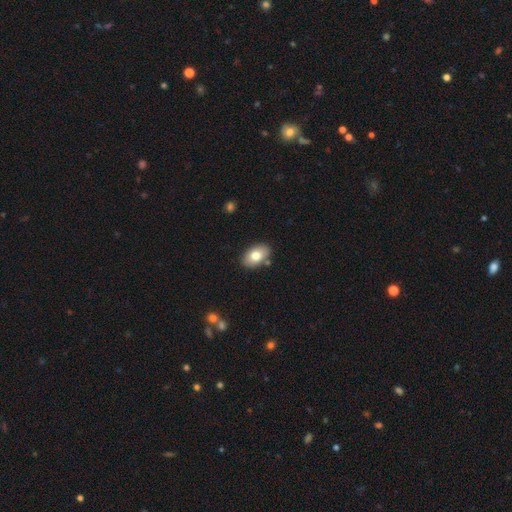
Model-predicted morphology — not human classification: Q: Smooth or featured?
A: smooth (76%); runner-up: featured or disk (17%)
Q: How rounded?
A: in between (91%); runner-up: round (8%)
Q: Merging?
A: none (84%); runner-up: minor disturbance (10%)